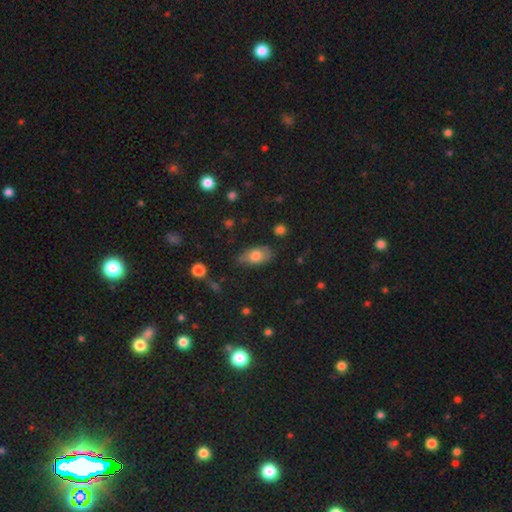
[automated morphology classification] Smooth or featured?
  - smooth: 75% *
  - featured or disk: 17%
  - star or artifact: 8%
How rounded?
  - in between: 89% *
  - round: 7%
  - cigar-shaped: 4%
Merging?
  - none: 69% *
  - minor disturbance: 24%
  - major disturbance: 6%
  - merger: 2%